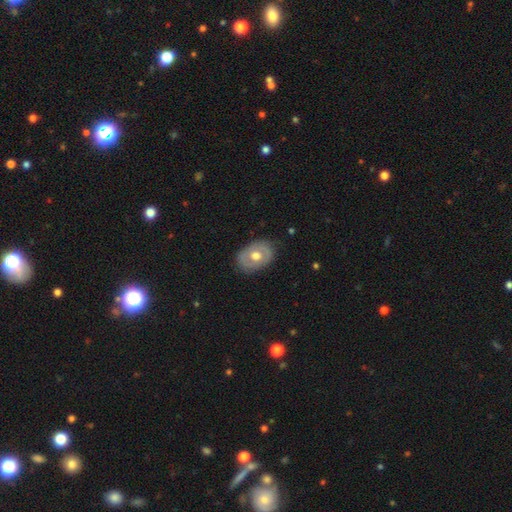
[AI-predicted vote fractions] Morphology: type=featured or disk (52%); edge-on=no (93%); merging=none (78%).